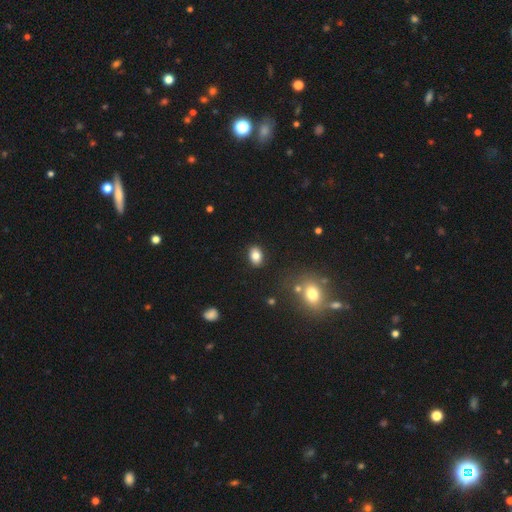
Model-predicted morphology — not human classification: smooth 82%, star or artifact 10%, featured or disk 8%. Down the decision tree: how rounded — in between (80%); merging — none (89%).